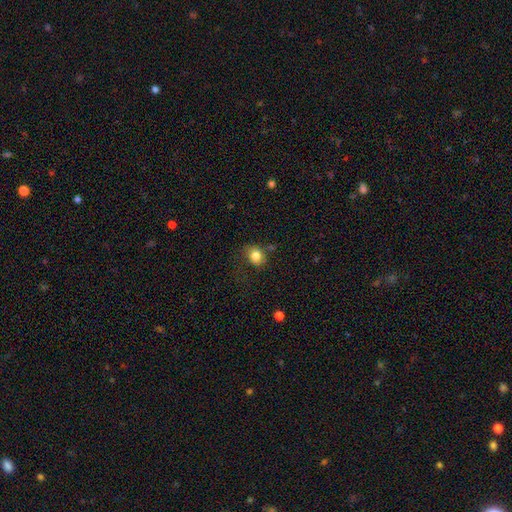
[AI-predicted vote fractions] Q: Smooth or featured?
A: smooth (81%); runner-up: star or artifact (10%)
Q: How rounded?
A: round (61%); runner-up: in between (38%)
Q: Merging?
A: none (64%); runner-up: minor disturbance (22%)